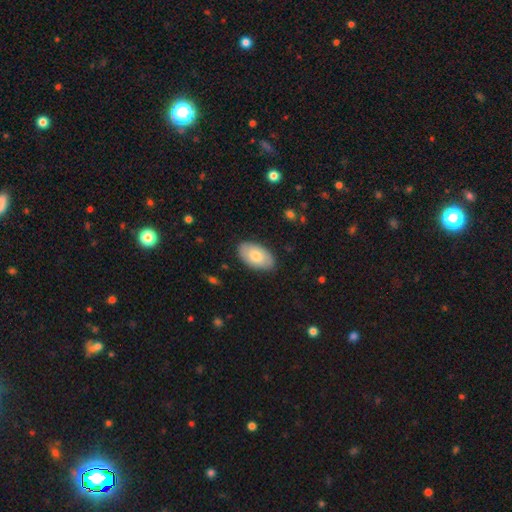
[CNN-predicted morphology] type=smooth (76%); roundness=in between (95%); merging=none (86%).